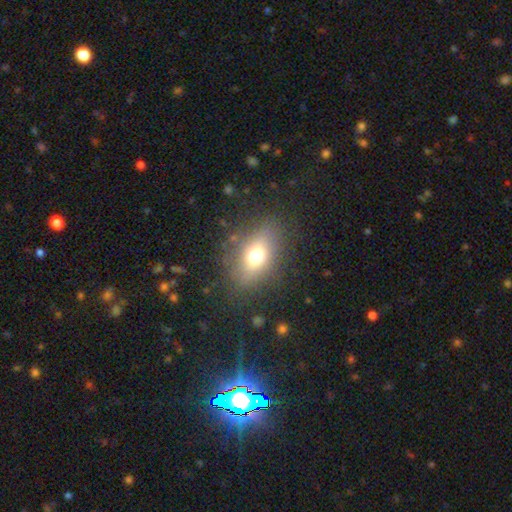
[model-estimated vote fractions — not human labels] A smooth galaxy with no disk features (66%) that is in between round and cigar-shaped (70%).

Vote fractions:
- Smooth or featured? smooth: 66% / featured or disk: 20% / star or artifact: 15%
- How rounded? in between: 70% / round: 26% / cigar-shaped: 4%
- Merging? none: 81% / minor disturbance: 12% / major disturbance: 6% / merger: 1%